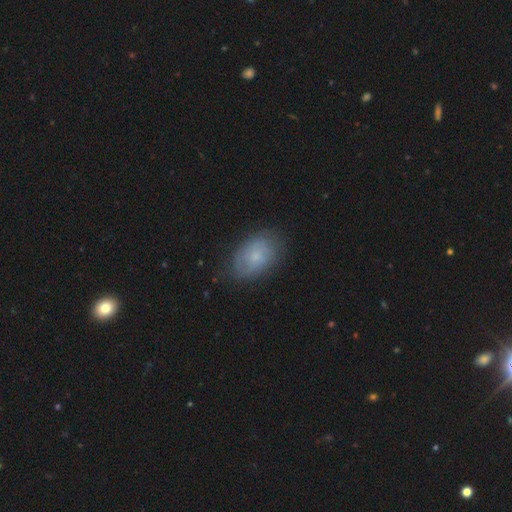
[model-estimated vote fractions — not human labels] smooth-or-featured: smooth: 56% | featured or disk: 35% | star or artifact: 8%
  how-rounded: in between: 86% | round: 13% | cigar-shaped: 1%
  merging: none: 75% | minor disturbance: 19% | major disturbance: 5% | merger: 1%